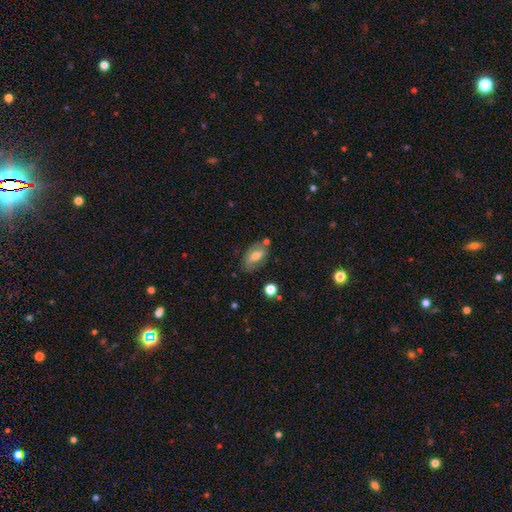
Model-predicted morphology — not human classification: smooth-or-featured: smooth: 54% | featured or disk: 38% | star or artifact: 8%
  how-rounded: in between: 85% | cigar-shaped: 8% | round: 6%
  merging: none: 65% | minor disturbance: 21% | merger: 7% | major disturbance: 6%